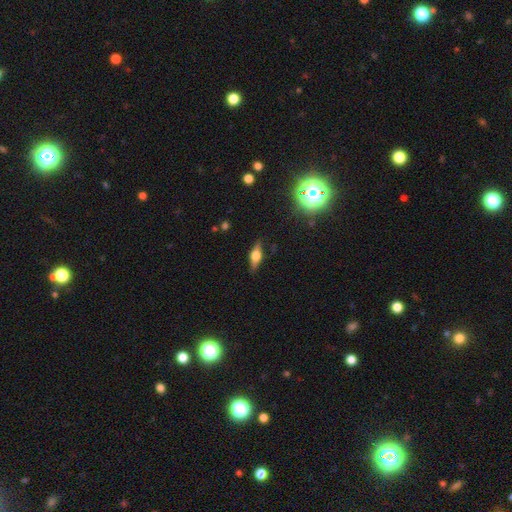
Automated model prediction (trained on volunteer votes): Smooth or featured? Predicted: featured or disk (p=0.59). Edge-on disk? Predicted: yes (p=0.94). Edge-on bulge? Predicted: rounded (p=0.91). Merging? Predicted: none (p=0.86).